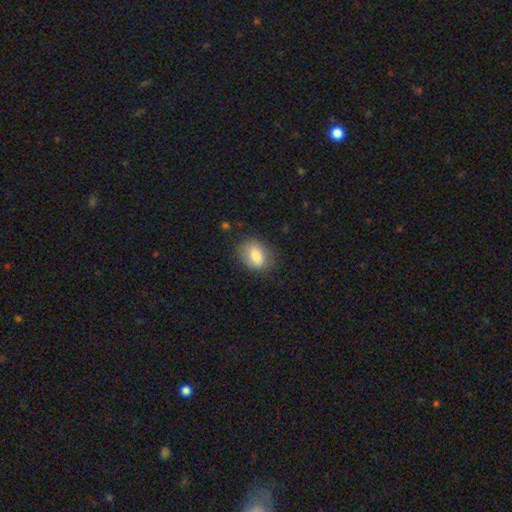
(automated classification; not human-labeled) Smooth or featured?
  - smooth: 78% *
  - featured or disk: 14%
  - star or artifact: 8%
How rounded?
  - in between: 74% *
  - round: 25%
  - cigar-shaped: 2%
Merging?
  - none: 78% *
  - minor disturbance: 16%
  - major disturbance: 4%
  - merger: 1%